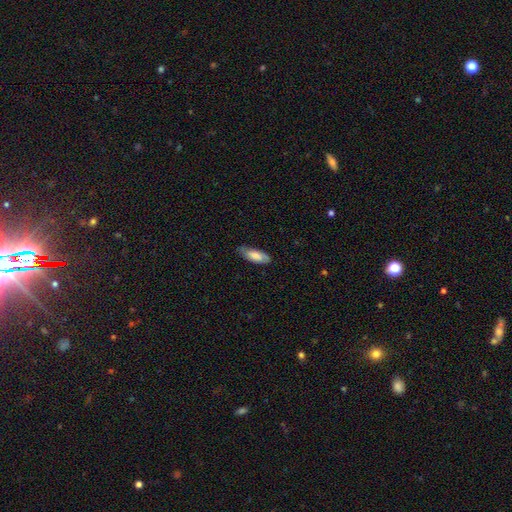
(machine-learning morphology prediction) Smooth or featured? smooth (72%)
How rounded? in between (74%)
Merging? none (70%)